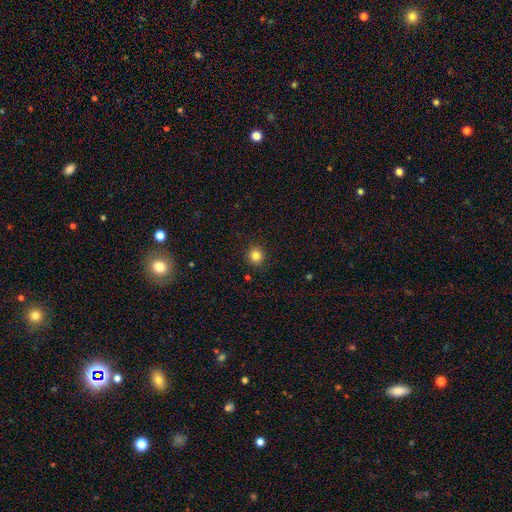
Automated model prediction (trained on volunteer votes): A smooth galaxy with no disk features (84%) that is round (91%). Merging: none (91%).